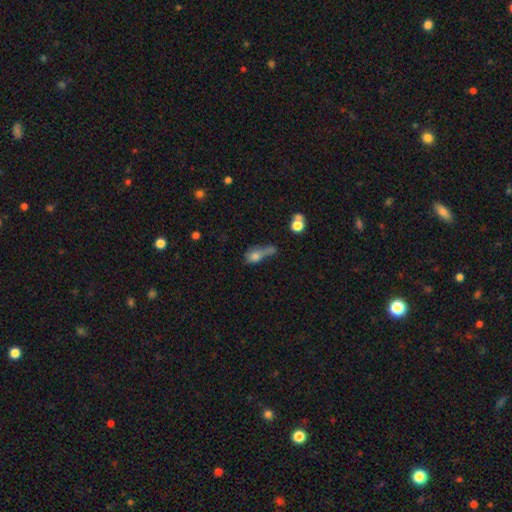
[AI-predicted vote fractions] The model was most divided on "merging": merger: 31%, major disturbance: 29%, none: 22%, minor disturbance: 18%. More confident: smooth or featured — smooth (65%); how rounded — in between (57%).